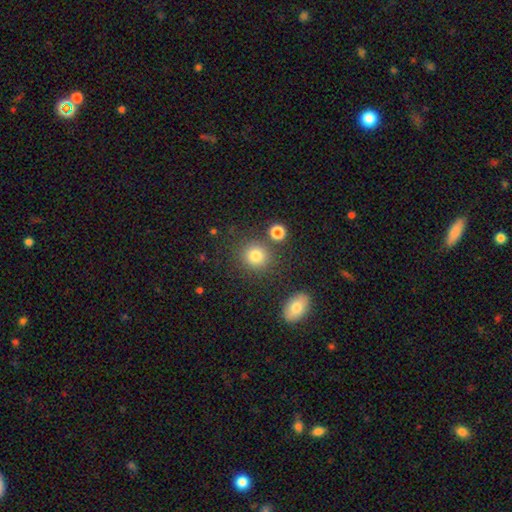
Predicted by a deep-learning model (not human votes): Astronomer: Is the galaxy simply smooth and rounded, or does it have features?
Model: smooth — 81%.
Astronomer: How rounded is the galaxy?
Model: round — 88%.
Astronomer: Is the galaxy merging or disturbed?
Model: none — 81%.